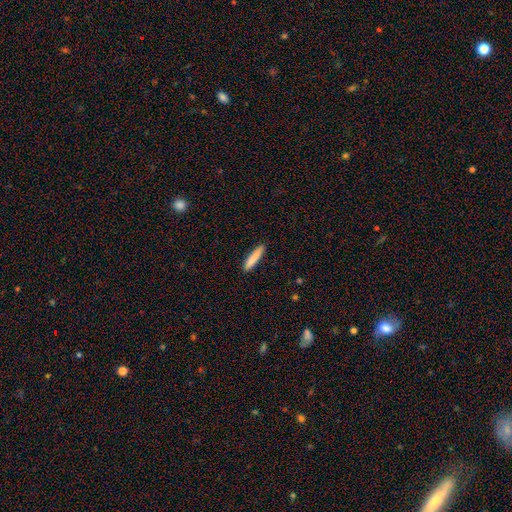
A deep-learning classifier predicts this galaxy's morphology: A smooth galaxy with no disk features (84%) that is cigar-shaped (91%). Merging: none (91%).